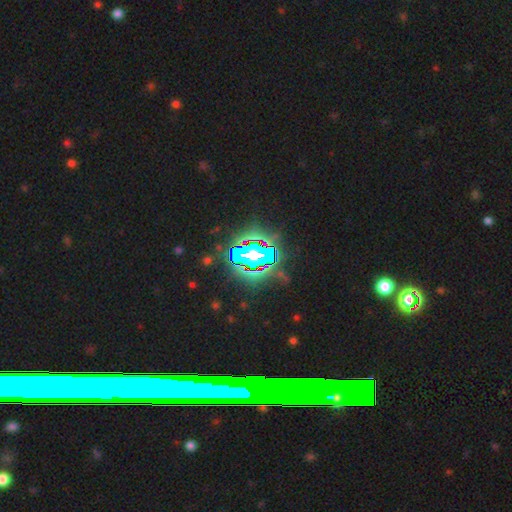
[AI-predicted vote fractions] Q: Smooth or featured?
A: star or artifact (75%); runner-up: featured or disk (14%)